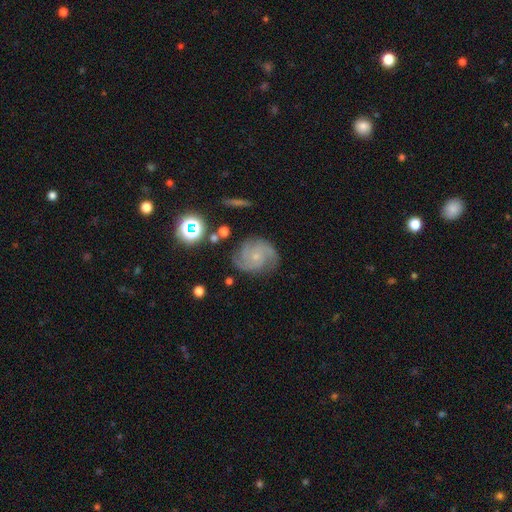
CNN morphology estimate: type=featured or disk (78%); edge-on=no (98%); bar=no (78%); spiral arms=yes (96%); winding=tight (48%); arm count=3 (37%); bulge=small (79%); merging=none (74%).